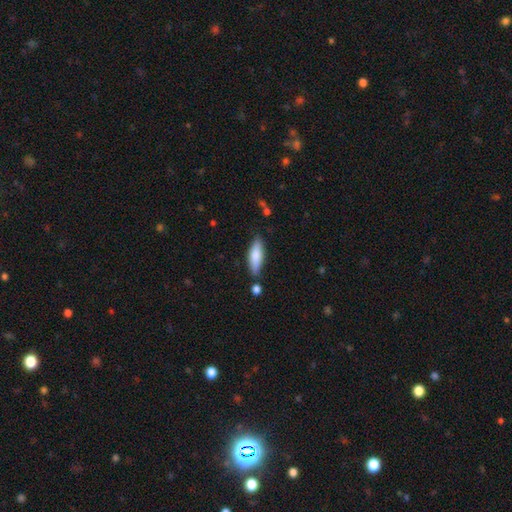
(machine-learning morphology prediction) Smooth or featured: smooth — 78% (featured or disk — 16%)
How rounded: in between — 54% (cigar-shaped — 45%)
Merging: none — 78% (minor disturbance — 14%)